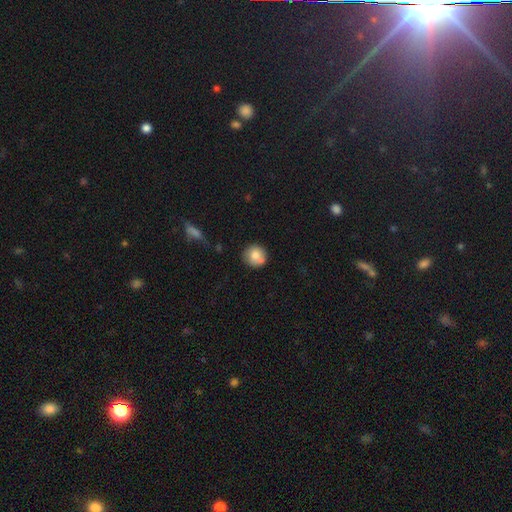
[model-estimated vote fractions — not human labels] smooth-or-featured: smooth: 79% | featured or disk: 12% | star or artifact: 9%
  how-rounded: round: 91% | in between: 8% | cigar-shaped: 1%
  merging: none: 70% | minor disturbance: 16% | merger: 10% | major disturbance: 4%